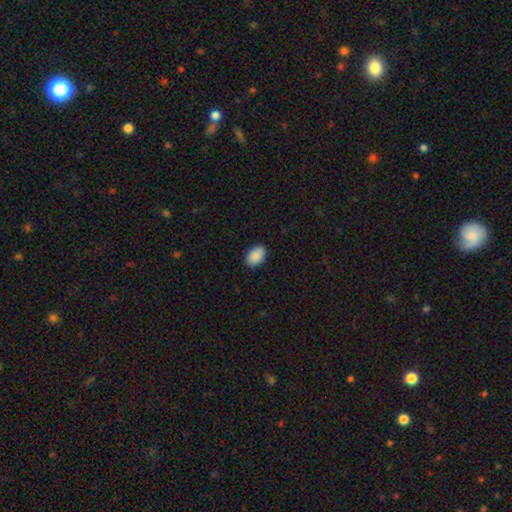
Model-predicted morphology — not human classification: Smooth or featured?
  - smooth: 90% *
  - star or artifact: 7%
  - featured or disk: 3%
How rounded?
  - in between: 87% *
  - round: 12%
  - cigar-shaped: 1%
Merging?
  - none: 88% *
  - minor disturbance: 9%
  - major disturbance: 2%
  - merger: 1%